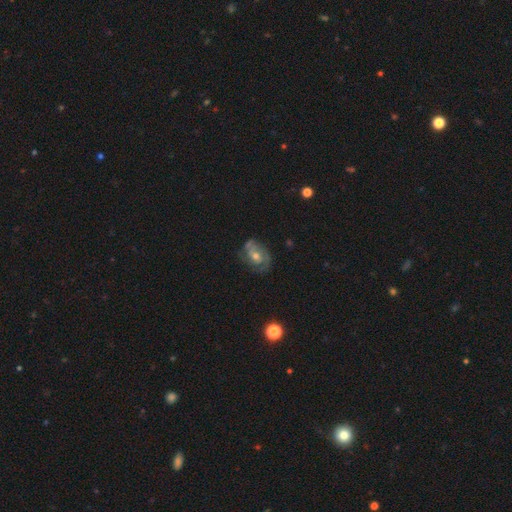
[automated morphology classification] smooth-or-featured: featured or disk: 78% | smooth: 13% | star or artifact: 8%
  disk-edge-on: no: 97% | yes: 3%
    bar: no: 65% | weak: 29% | strong: 6%
    has-spiral-arms: yes: 90% | no: 10%
      spiral-winding: tight: 48% | medium: 40% | loose: 13%
      spiral-arm-count: 2: 56% | can't tell: 21% | 3: 11% | 1: 5% | 4: 3% | more than 4: 3%
    bulge-size: moderate: 58% | small: 38% | large: 2% | none: 1% | dominant: 1%
  merging: none: 69% | minor disturbance: 20% | major disturbance: 9% | merger: 2%